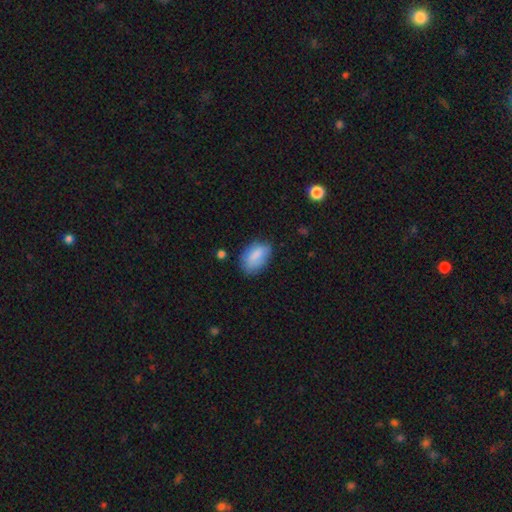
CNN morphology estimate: smooth 83%, featured or disk 10%, star or artifact 7%. Down the decision tree: how rounded — in between (91%); merging — none (67%).